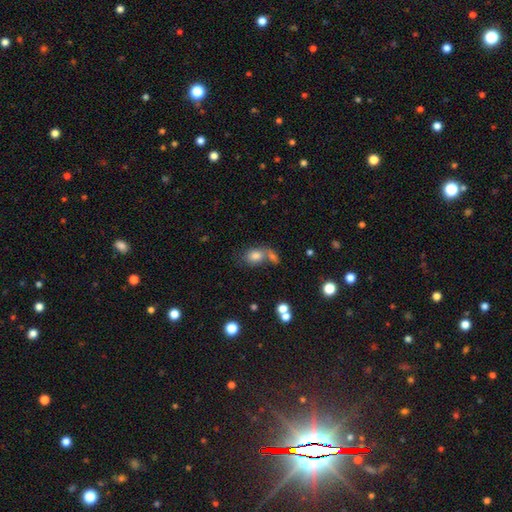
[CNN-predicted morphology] smooth_or_featured: smooth (p=0.78) [alt: featured or disk p=0.12]
how_rounded: in between (p=0.70) [alt: round p=0.28]
merging: merger (p=0.44) [alt: none p=0.36]